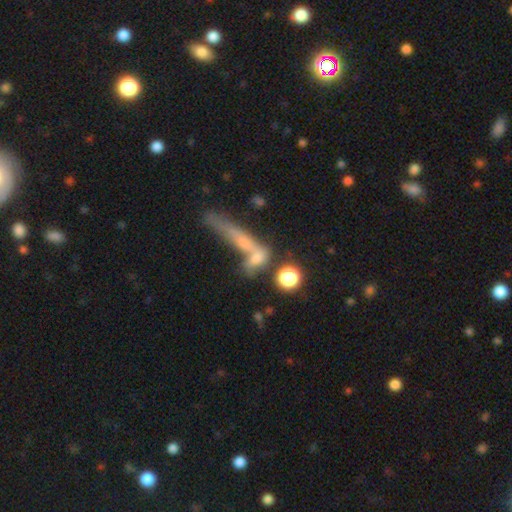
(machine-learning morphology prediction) Smooth or featured?
  - smooth: 55% *
  - featured or disk: 30%
  - star or artifact: 15%
How rounded?
  - cigar-shaped: 60% *
  - in between: 23%
  - round: 17%
Merging?
  - none: 39% *
  - merger: 37%
  - minor disturbance: 13%
  - major disturbance: 11%